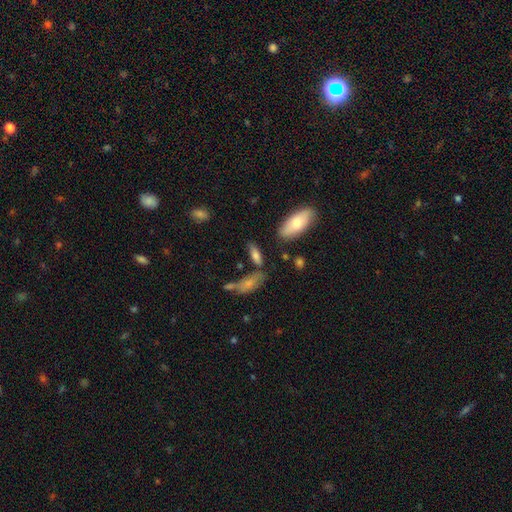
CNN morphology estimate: smooth-or-featured: smooth: 72% | featured or disk: 19% | star or artifact: 9%
  how-rounded: in between: 65% | cigar-shaped: 32% | round: 3%
  merging: none: 63% | minor disturbance: 17% | merger: 14% | major disturbance: 6%